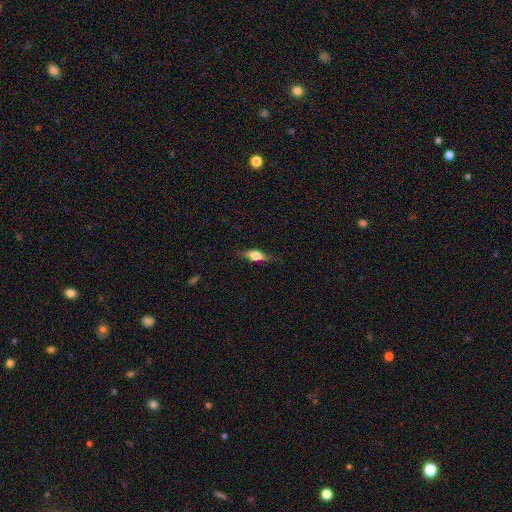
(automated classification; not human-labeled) The model was most divided on "smooth or featured": smooth: 47%, featured or disk: 46%, star or artifact: 8%. More confident: merging — none (77%).